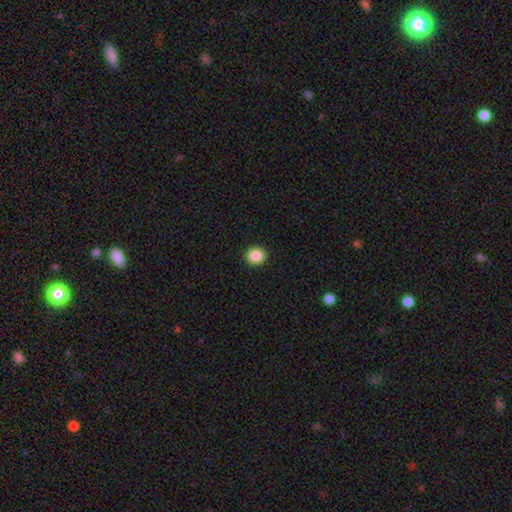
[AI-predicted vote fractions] Morphology: type=smooth (87%); roundness=round (90%); merging=none (93%).